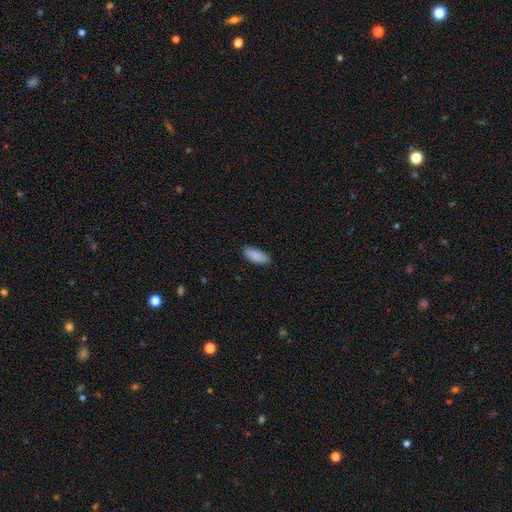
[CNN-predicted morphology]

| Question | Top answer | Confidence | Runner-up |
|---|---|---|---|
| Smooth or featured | smooth | 89% | star or artifact (6%) |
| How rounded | in between | 85% | cigar-shaped (14%) |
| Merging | none | 88% | minor disturbance (9%) |